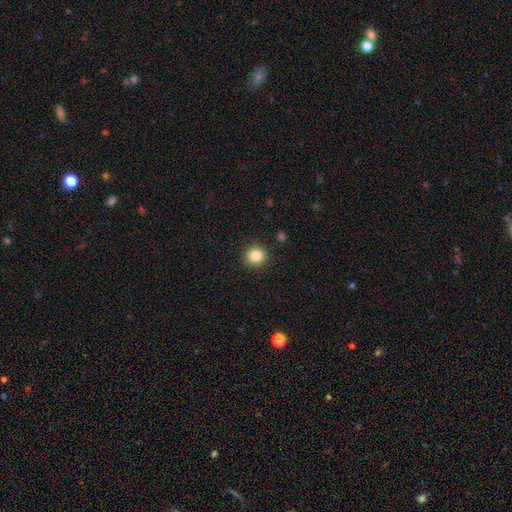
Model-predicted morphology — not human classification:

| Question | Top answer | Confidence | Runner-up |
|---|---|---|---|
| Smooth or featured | smooth | 84% | star or artifact (11%) |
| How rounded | round | 91% | in between (8%) |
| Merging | none | 91% | minor disturbance (6%) |